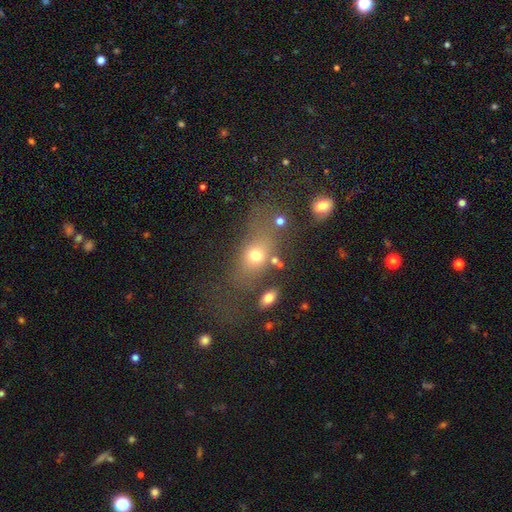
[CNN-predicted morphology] A smooth galaxy with no disk features (66%) that is in between round and cigar-shaped (66%).

Vote fractions:
- Smooth or featured? smooth: 66% / featured or disk: 18% / star or artifact: 16%
- How rounded? in between: 66% / round: 27% / cigar-shaped: 8%
- Merging? none: 53% / minor disturbance: 18% / major disturbance: 16% / merger: 13%